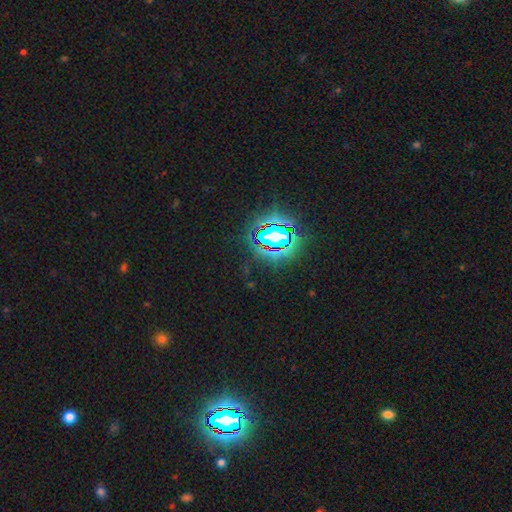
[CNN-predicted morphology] Smooth or featured? star or artifact (81%)